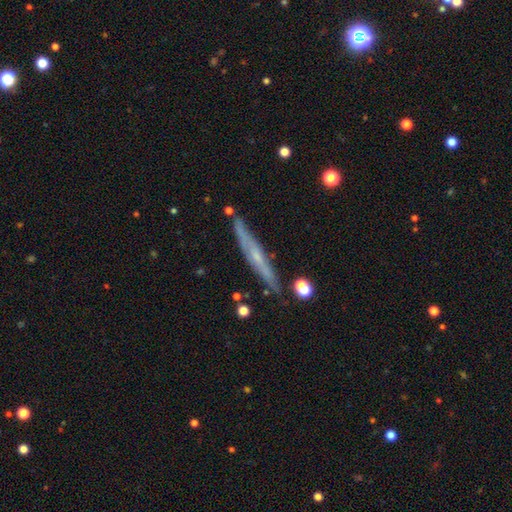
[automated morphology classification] A featured or disk galaxy (63%) viewed edge-on (89%) with no central bulge (49%). Merging: none (81%).